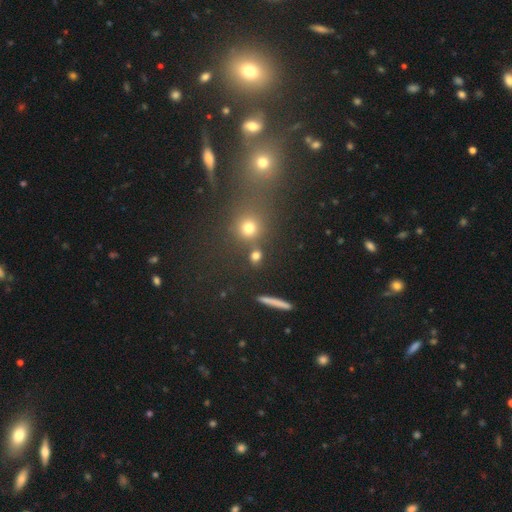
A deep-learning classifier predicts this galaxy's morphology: type=smooth (75%); roundness=round (70%); merging=none (75%).